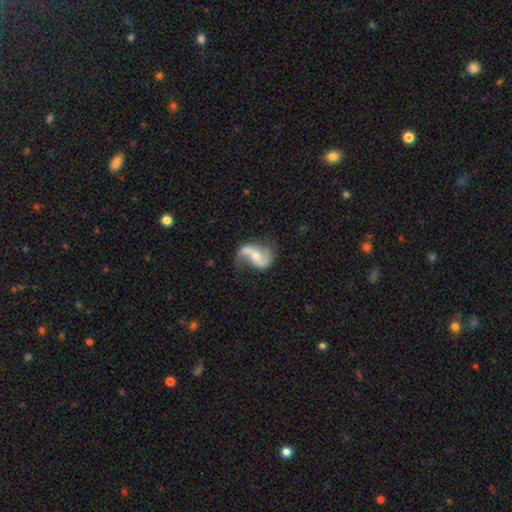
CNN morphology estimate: A featured or disk galaxy (83%) with no bar (46%), 2 (85%) loose (58%) spiral arms (94%) and a moderate central bulge (56%).

Vote fractions:
- Smooth or featured? featured or disk: 83% / smooth: 11% / star or artifact: 6%
- Edge-on disk? no: 97% / yes: 3%
- Bar? no: 46% / weak: 37% / strong: 17%
- Spiral arms? yes: 94% / no: 6%
- Spiral winding? loose: 58% / medium: 33% / tight: 9%
- Spiral arm count? 2: 85% / 1: 9% / can't tell: 3% / 3: 1% / 4: 1% / more than 4: 1%
- Bulge size? moderate: 56% / small: 37% / large: 3% / none: 3% / dominant: 1%
- Merging? none: 54% / minor disturbance: 22% / major disturbance: 15% / merger: 8%